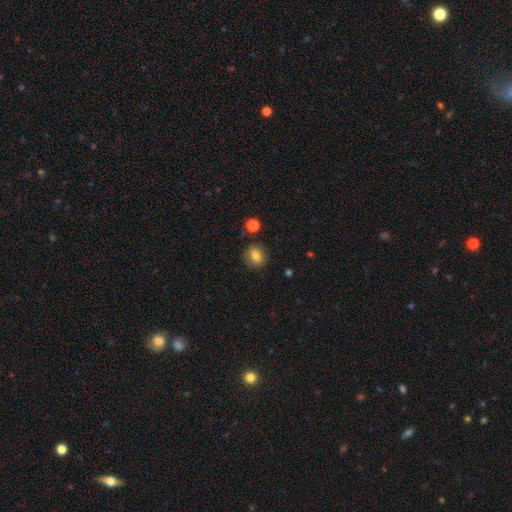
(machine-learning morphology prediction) smooth_or_featured: smooth (p=0.80) [alt: star or artifact p=0.11]
how_rounded: round (p=0.73) [alt: in between p=0.25]
merging: none (p=0.85) [alt: minor disturbance p=0.09]